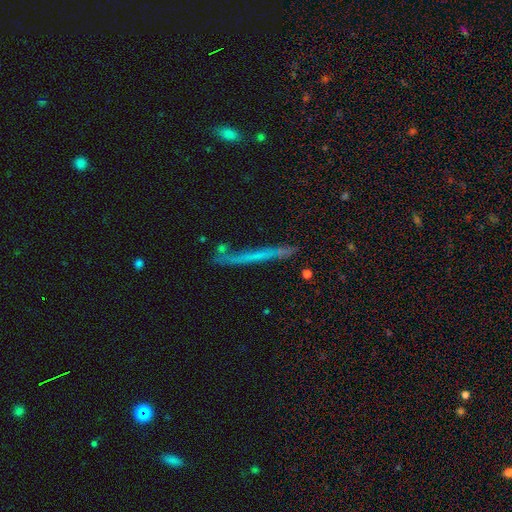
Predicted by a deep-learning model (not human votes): Q: Smooth or featured?
A: featured or disk (46%); runner-up: smooth (43%)
Q: Merging?
A: none (71%); runner-up: minor disturbance (18%)